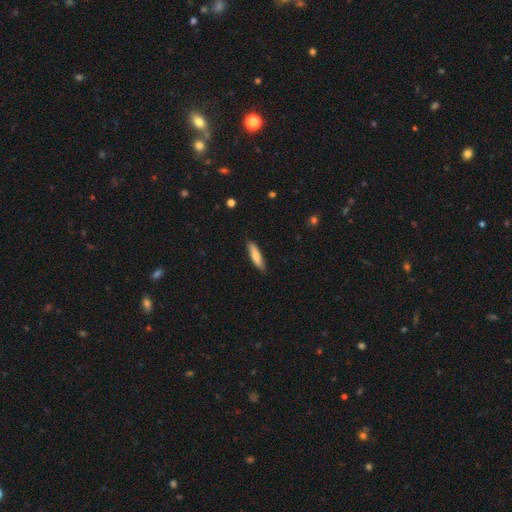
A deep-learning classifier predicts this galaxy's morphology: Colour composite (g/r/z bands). It shows a smooth galaxy with no disk features (75%) that is cigar-shaped (74%). Merging: none (87%).